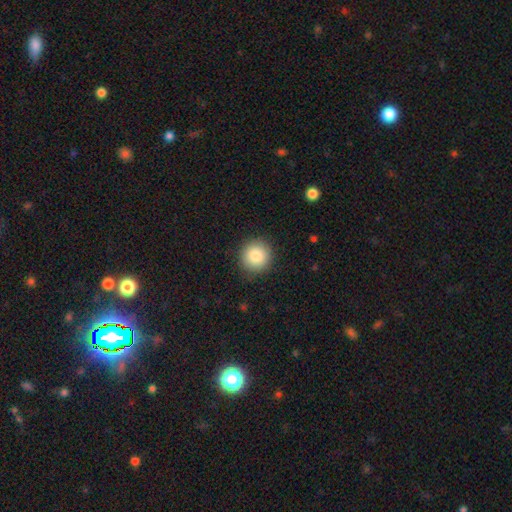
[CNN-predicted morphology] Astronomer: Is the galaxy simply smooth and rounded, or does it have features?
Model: smooth — 86%.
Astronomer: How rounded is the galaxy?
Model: round — 94%.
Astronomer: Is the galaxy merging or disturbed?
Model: none — 90%.